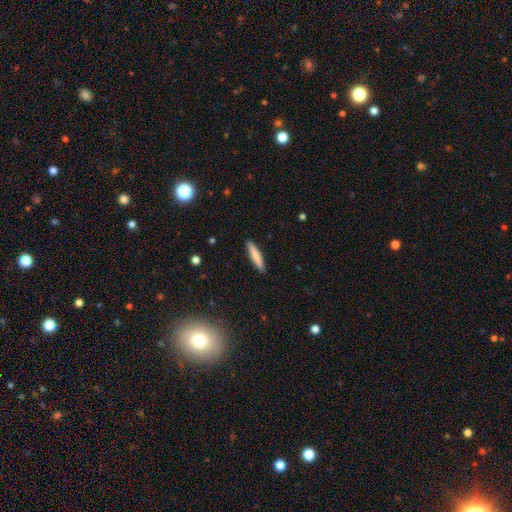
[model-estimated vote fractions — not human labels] Morphology: type=smooth (79%); roundness=cigar-shaped (89%); merging=none (91%).